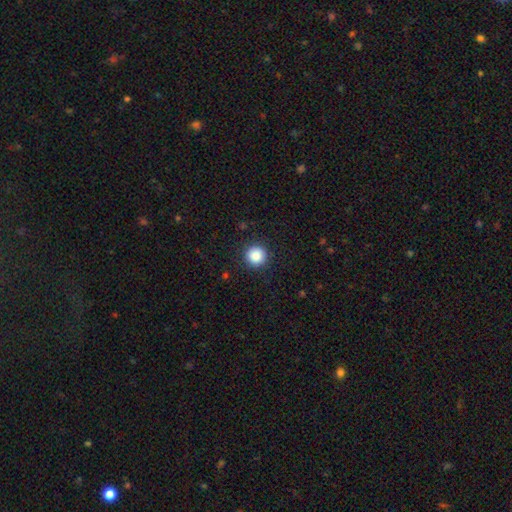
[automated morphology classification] smooth-or-featured: smooth: 88% | star or artifact: 9% | featured or disk: 3%
  how-rounded: round: 95% | in between: 4% | cigar-shaped: 1%
  merging: none: 91% | minor disturbance: 6% | major disturbance: 2% | merger: 1%